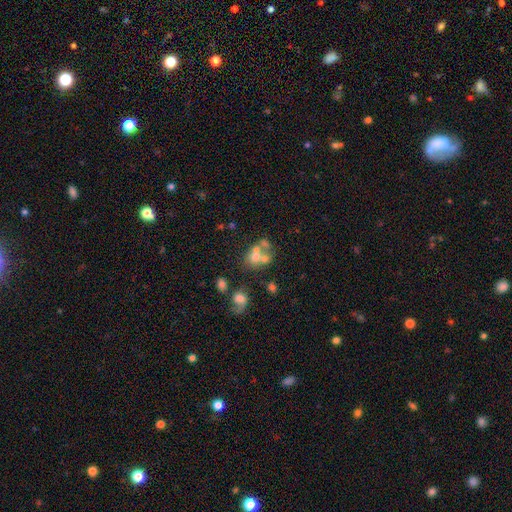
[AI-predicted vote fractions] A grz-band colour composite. It shows a smooth galaxy with no disk features (51%) that is round (58%). Merging: merger (53%).